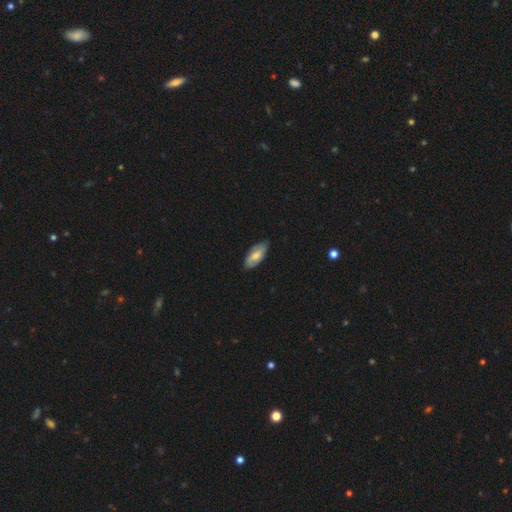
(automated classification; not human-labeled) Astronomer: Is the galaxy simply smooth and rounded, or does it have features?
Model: smooth — 61%.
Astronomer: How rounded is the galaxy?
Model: in between — 89%.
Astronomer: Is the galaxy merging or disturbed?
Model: none — 81%.